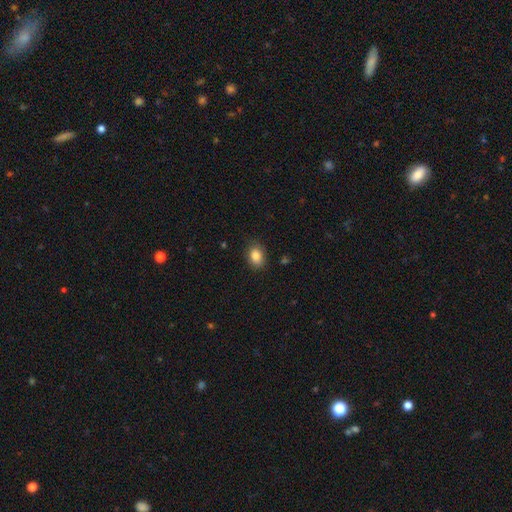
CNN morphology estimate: Smooth or featured? smooth (86%)
How rounded? in between (75%)
Merging? none (83%)